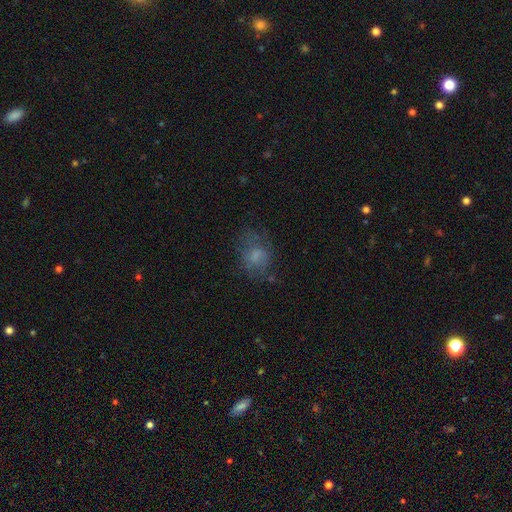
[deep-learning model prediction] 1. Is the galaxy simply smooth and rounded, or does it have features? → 61% smooth, 26% featured or disk, 14% star or artifact.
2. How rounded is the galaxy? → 56% in between, 43% round, 1% cigar-shaped.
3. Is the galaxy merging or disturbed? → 54% none, 23% minor disturbance, 21% major disturbance, 2% merger.